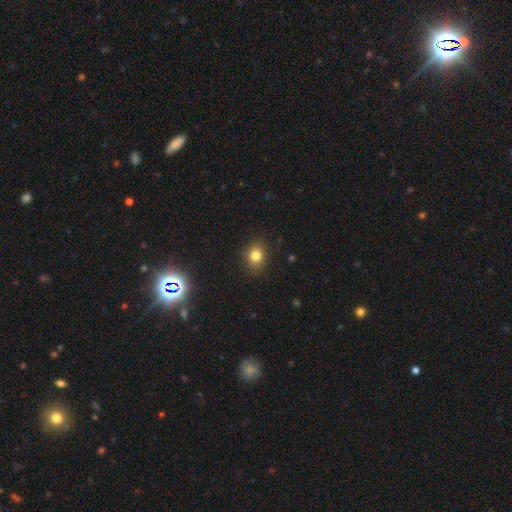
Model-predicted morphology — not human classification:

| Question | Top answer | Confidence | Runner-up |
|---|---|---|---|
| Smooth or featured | smooth | 81% | star or artifact (12%) |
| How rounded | round | 52% | in between (47%) |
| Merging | none | 87% | minor disturbance (9%) |